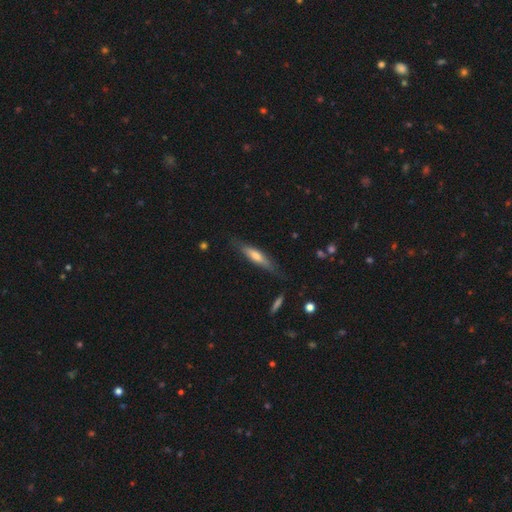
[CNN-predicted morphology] A smooth galaxy with no disk features (49%). Merging: none (78%).